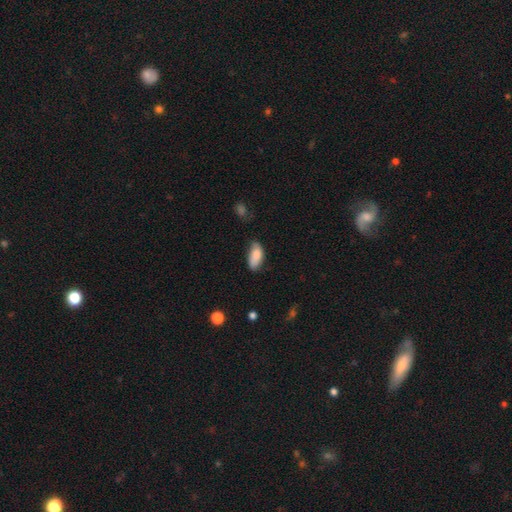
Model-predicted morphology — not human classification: Q: Smooth or featured?
A: smooth (83%); runner-up: featured or disk (10%)
Q: How rounded?
A: in between (90%); runner-up: cigar-shaped (8%)
Q: Merging?
A: none (60%); runner-up: minor disturbance (31%)